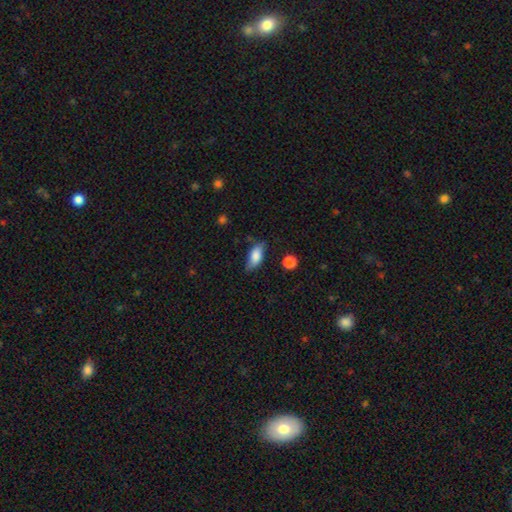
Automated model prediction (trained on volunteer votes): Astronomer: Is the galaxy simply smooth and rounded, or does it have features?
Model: smooth — 81%.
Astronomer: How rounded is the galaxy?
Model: in between — 85%.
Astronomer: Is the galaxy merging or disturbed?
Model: none — 67%.